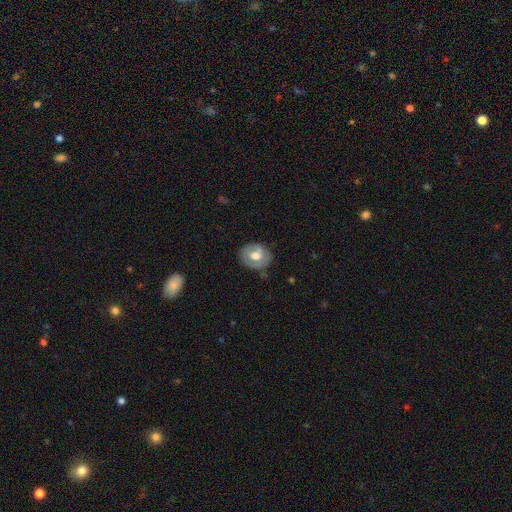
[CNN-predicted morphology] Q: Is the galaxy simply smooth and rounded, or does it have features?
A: smooth — 49%.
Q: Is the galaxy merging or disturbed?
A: none — 75%.